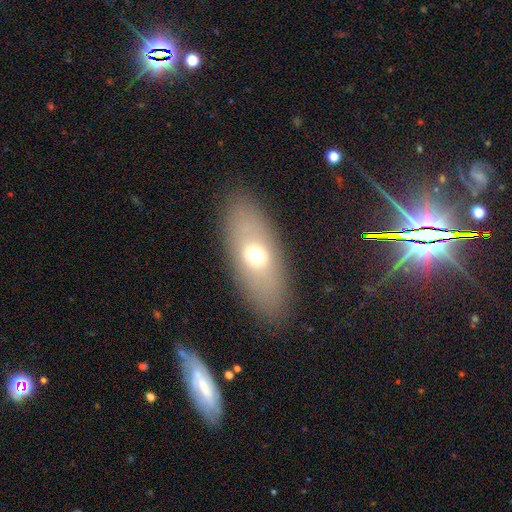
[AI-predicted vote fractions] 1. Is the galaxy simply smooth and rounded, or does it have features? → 61% smooth, 29% featured or disk, 10% star or artifact.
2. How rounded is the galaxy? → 78% in between, 14% cigar-shaped, 7% round.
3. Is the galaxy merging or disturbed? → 86% none, 8% minor disturbance, 4% major disturbance, 1% merger.